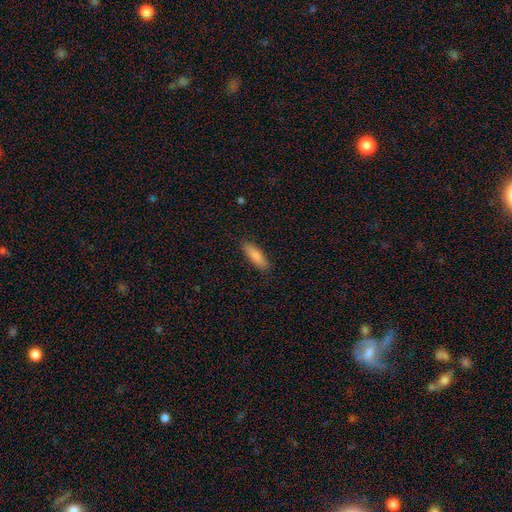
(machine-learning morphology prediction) The model was most divided on "how rounded": cigar-shaped: 55%, in between: 43%, round: 2%. More confident: merging — none (86%); smooth or featured — smooth (85%).